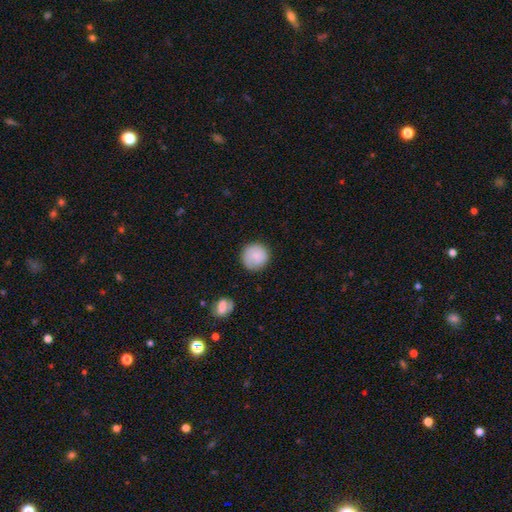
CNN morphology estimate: The model was most divided on "merging": none: 84%, minor disturbance: 11%, major disturbance: 3%, merger: 2%. More confident: how rounded — round (94%); smooth or featured — smooth (84%).